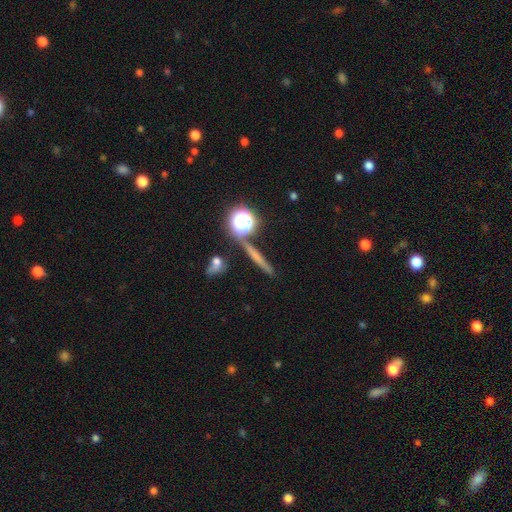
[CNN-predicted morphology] This appears to be a smooth galaxy with no disk features (49%). Merging: none (82%).